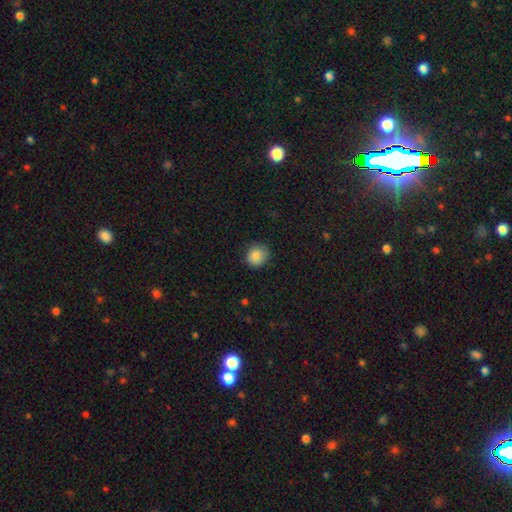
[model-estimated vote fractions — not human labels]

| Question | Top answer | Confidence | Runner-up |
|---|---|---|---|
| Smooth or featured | smooth | 85% | star or artifact (9%) |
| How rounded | round | 81% | in between (18%) |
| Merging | none | 81% | minor disturbance (15%) |